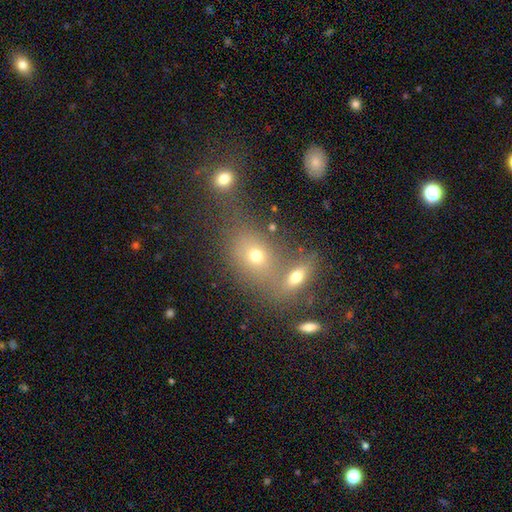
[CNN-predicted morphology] This appears to be a smooth galaxy with no disk features (65%) that is in between round and cigar-shaped (57%). Merging: merger (45%).